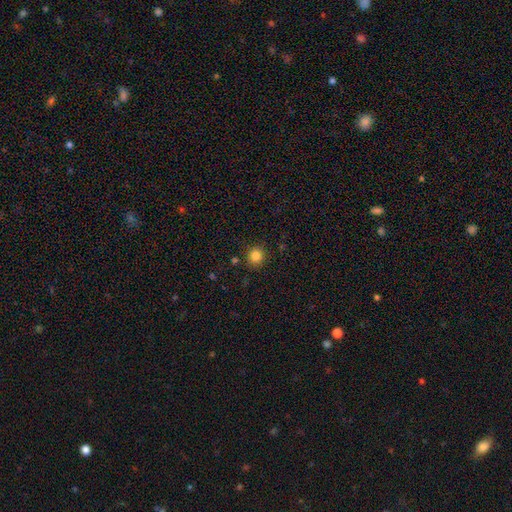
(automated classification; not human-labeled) The model was most divided on "smooth or featured": smooth: 84%, star or artifact: 12%, featured or disk: 4%. More confident: how rounded — round (90%); merging — none (89%).